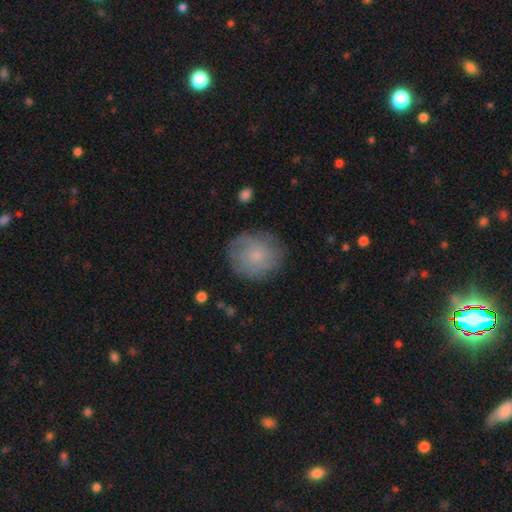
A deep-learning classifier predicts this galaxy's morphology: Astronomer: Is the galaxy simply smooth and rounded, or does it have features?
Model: smooth — 57% (runner-up: featured or disk, 35%).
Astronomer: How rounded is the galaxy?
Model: round — 80%.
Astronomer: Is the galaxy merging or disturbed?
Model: none — 75%.